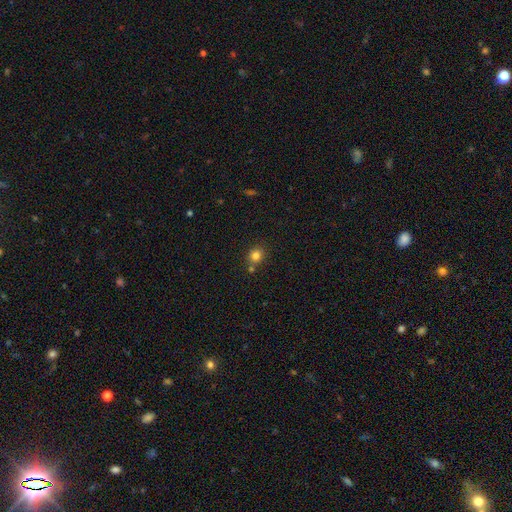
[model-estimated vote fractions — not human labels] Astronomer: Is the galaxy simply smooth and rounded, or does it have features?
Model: smooth — 80%.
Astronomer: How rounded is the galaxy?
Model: round — 80%.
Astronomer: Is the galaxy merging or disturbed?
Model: none — 69%.